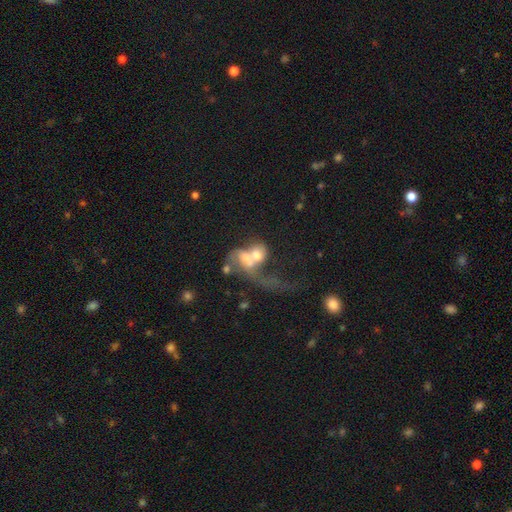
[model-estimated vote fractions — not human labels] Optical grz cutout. It shows a featured or disk galaxy (47%). Merging: merger (70%).